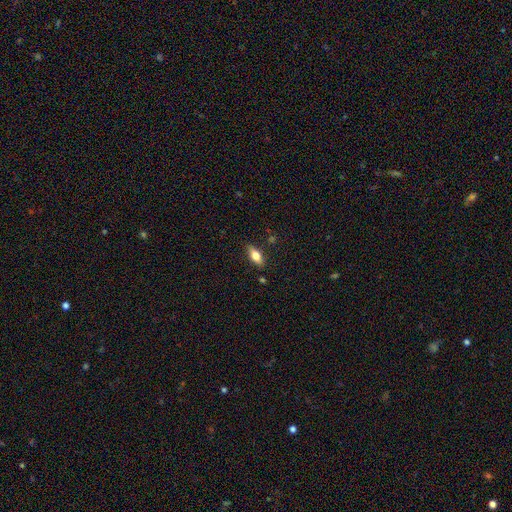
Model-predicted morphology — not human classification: type=smooth (69%); roundness=in between (79%); merging=none (84%).